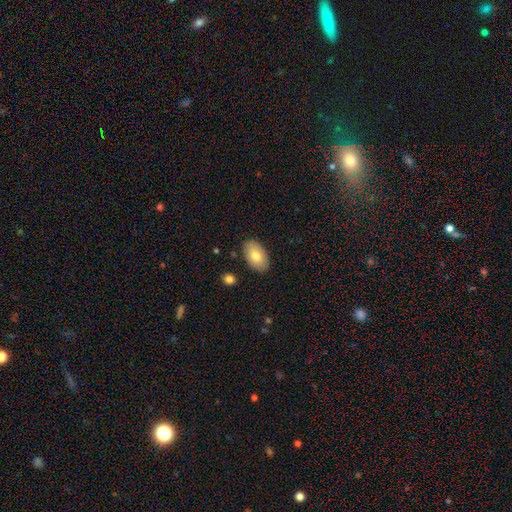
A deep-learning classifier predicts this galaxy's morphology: smooth 77%, featured or disk 17%, star or artifact 6%. Down the decision tree: how rounded — in between (94%); merging — none (86%).